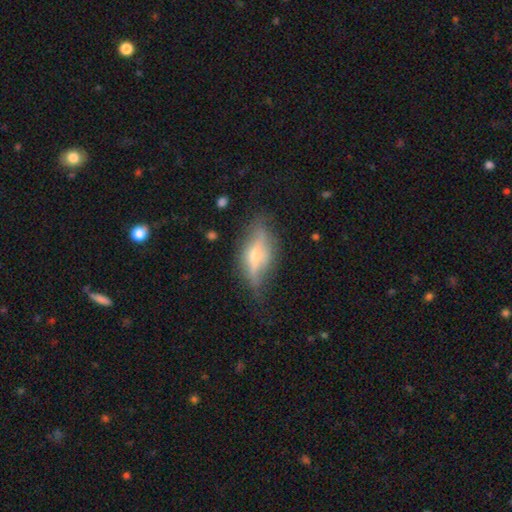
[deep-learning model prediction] This appears to be a featured or disk galaxy (63%) viewed edge-on (79%). Merging: none (67%).